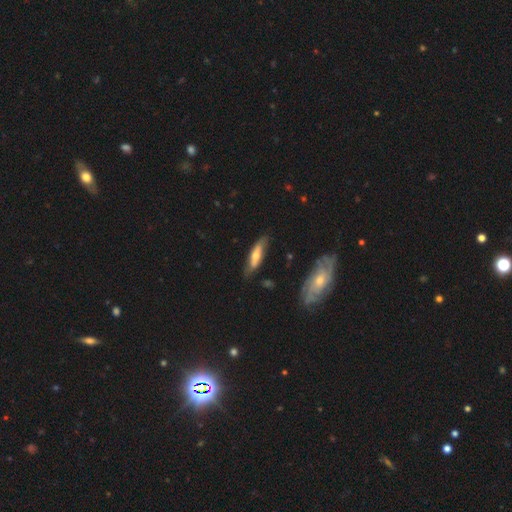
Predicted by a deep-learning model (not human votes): Smooth or featured? featured or disk (48%)
Merging? none (72%)